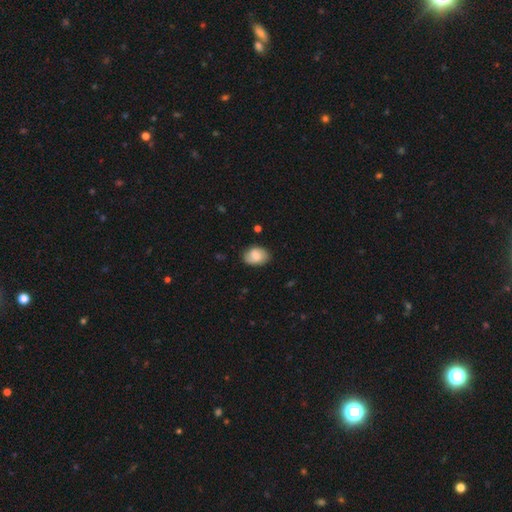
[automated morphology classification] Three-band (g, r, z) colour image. It shows a smooth galaxy with no disk features (73%) that is in between round and cigar-shaped (72%). Merging: none (77%).